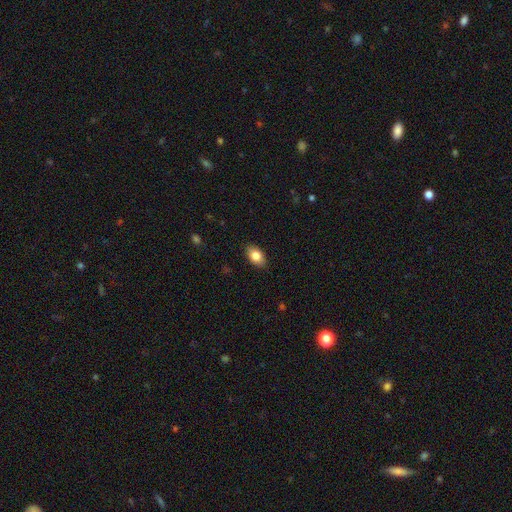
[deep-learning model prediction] smooth 84%, featured or disk 9%, star or artifact 8%. Down the decision tree: how rounded — in between (89%); merging — none (87%).